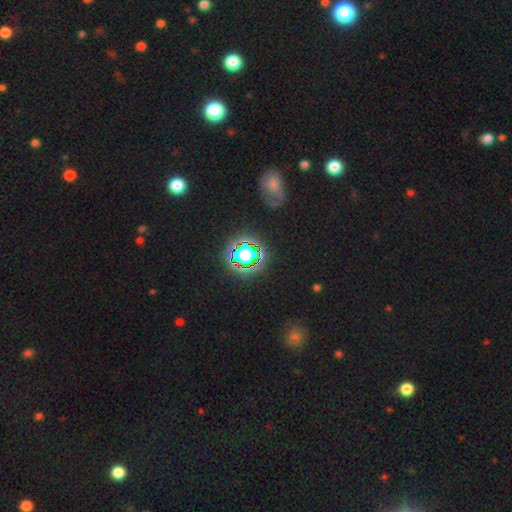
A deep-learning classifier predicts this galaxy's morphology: Overall: star or artifact (72%).